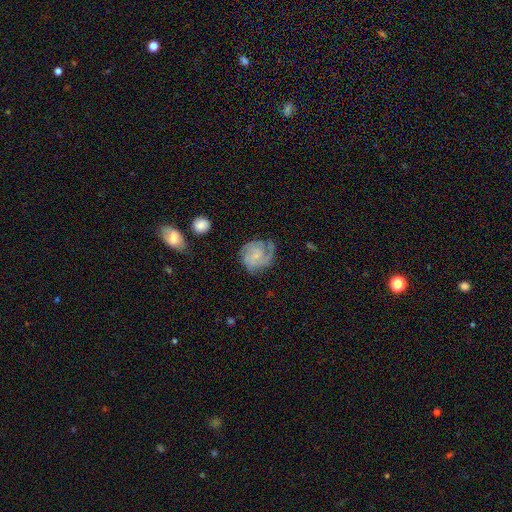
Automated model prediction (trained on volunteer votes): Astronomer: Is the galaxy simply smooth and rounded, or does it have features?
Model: featured or disk — 77%.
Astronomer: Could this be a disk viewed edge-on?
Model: no — 98%.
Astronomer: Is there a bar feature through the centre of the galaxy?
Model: no — 63%.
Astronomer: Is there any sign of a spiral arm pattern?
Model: yes — 95%.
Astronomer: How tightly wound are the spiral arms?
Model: tight — 51% (runner-up: medium, 38%).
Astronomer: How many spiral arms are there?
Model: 2 — 36% (runner-up: 3, 26%).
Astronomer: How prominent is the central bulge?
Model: small — 67%.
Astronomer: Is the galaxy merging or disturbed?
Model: none — 65%.